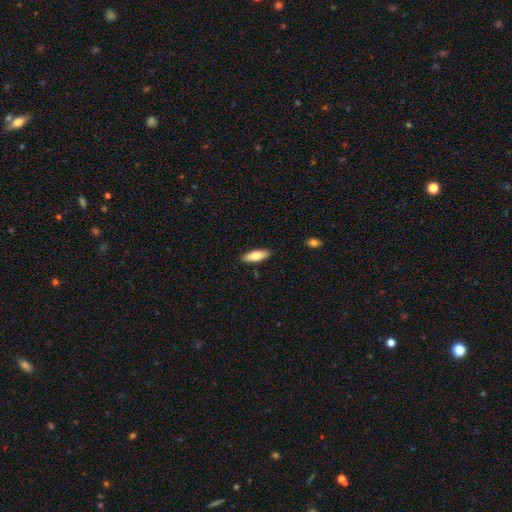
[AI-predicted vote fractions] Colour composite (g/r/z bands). It shows a smooth galaxy with no disk features (78%) that is in between round and cigar-shaped (63%). Merging: none (89%).